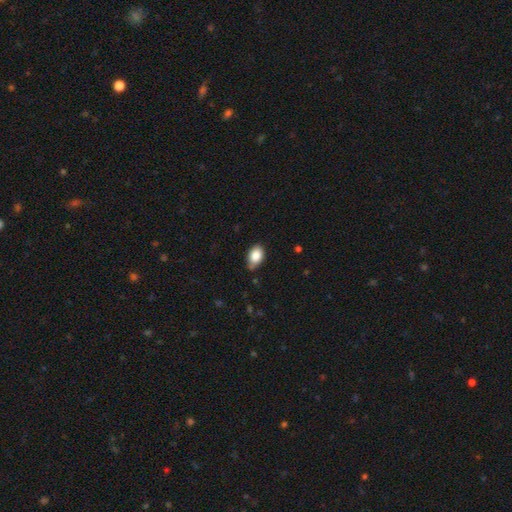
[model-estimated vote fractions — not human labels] Morphology: type=smooth (86%); roundness=in between (88%); merging=none (69%).